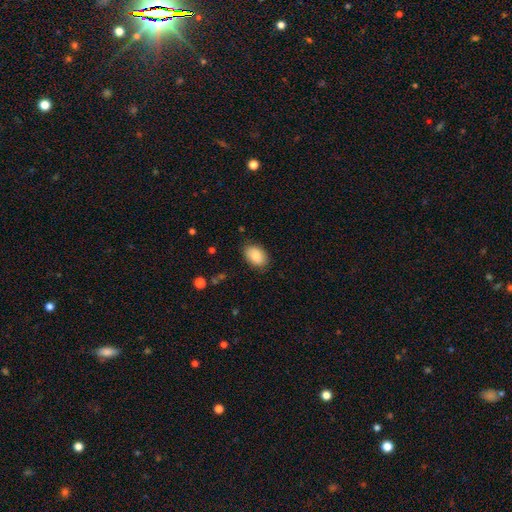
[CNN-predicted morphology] The model was most divided on "how rounded": in between: 86%, round: 13%, cigar-shaped: 1%. More confident: smooth or featured — smooth (85%); merging — none (84%).